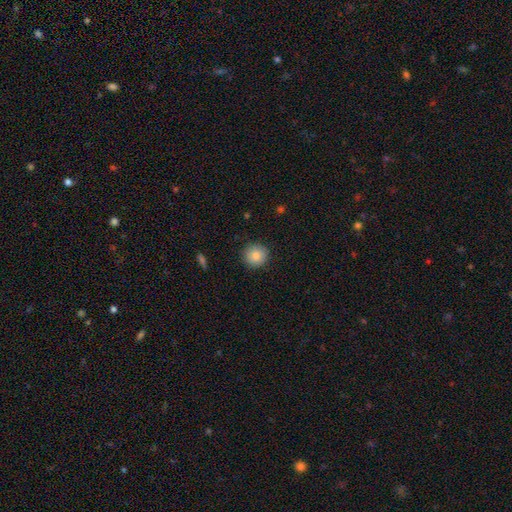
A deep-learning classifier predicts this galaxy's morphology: Smooth or featured? smooth (84%)
How rounded? round (94%)
Merging? none (90%)